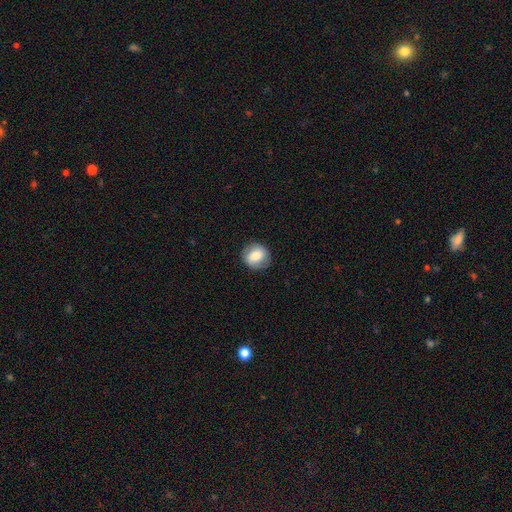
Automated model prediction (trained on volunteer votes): smooth_or_featured: smooth (p=0.70) [alt: featured or disk p=0.22]
how_rounded: round (p=0.82) [alt: in between p=0.17]
merging: none (p=0.86) [alt: minor disturbance p=0.10]